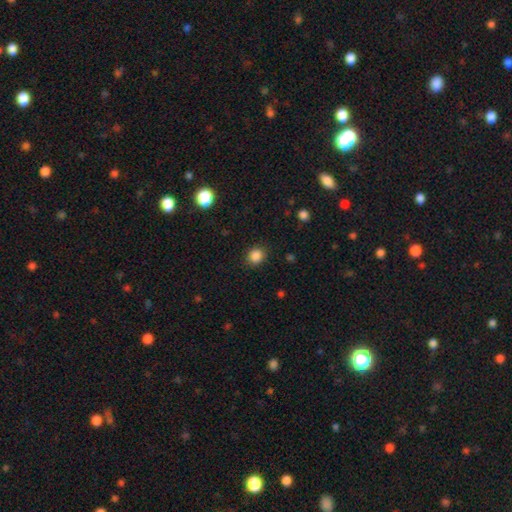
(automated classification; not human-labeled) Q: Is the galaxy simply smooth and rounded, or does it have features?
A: smooth — 86%.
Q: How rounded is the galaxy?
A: round — 77%.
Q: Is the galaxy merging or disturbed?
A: none — 88%.